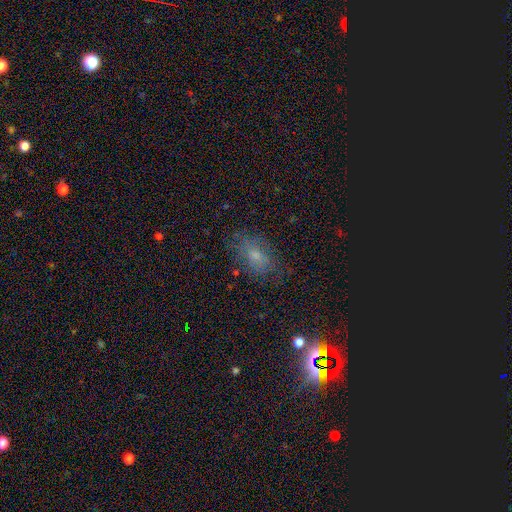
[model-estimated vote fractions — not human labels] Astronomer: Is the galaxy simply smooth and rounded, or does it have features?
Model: smooth — 60%.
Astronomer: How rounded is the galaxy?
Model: in between — 83%.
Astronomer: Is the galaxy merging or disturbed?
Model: none — 68%.